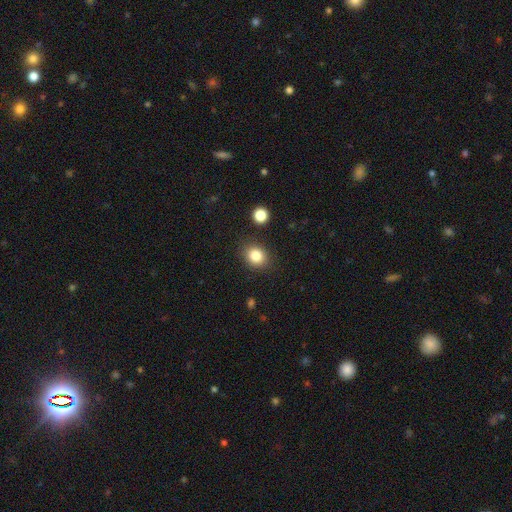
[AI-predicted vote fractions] Smooth or featured?
  - smooth: 83% *
  - star or artifact: 10%
  - featured or disk: 6%
How rounded?
  - round: 63% *
  - in between: 36%
  - cigar-shaped: 1%
Merging?
  - none: 85% *
  - minor disturbance: 9%
  - major disturbance: 3%
  - merger: 3%